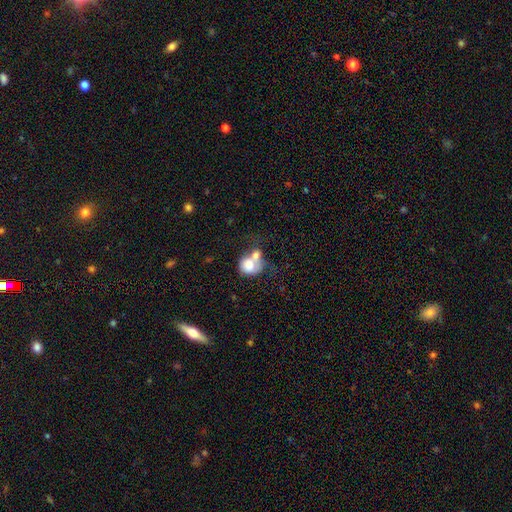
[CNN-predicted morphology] type=smooth (69%); roundness=round (63%); merging=merger (63%).